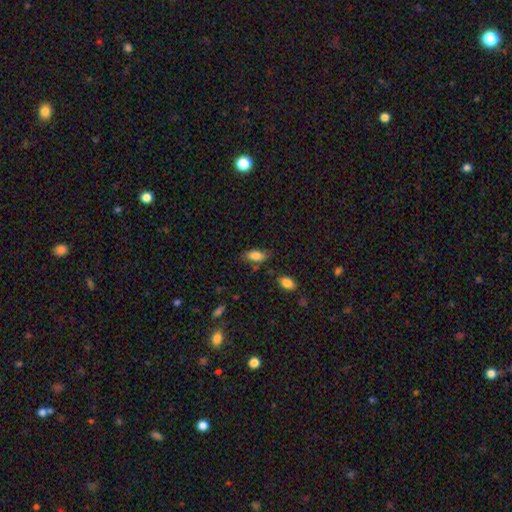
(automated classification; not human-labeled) This is clearly a smooth galaxy (82%). How rounded: clearly in between (82%). Merging: likely none (73%).